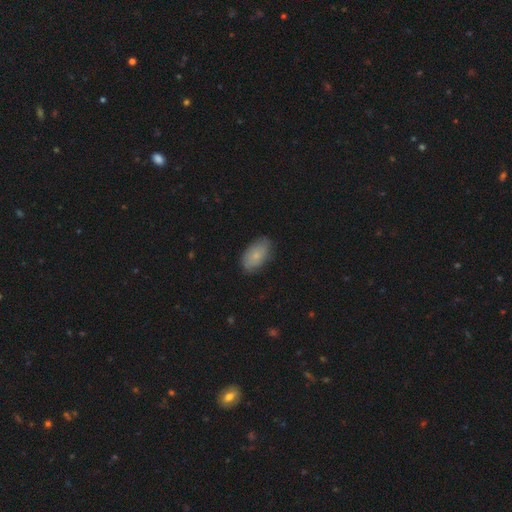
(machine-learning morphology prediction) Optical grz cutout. It shows a smooth galaxy with no disk features (74%) that is in between round and cigar-shaped (93%). Merging: none (79%).